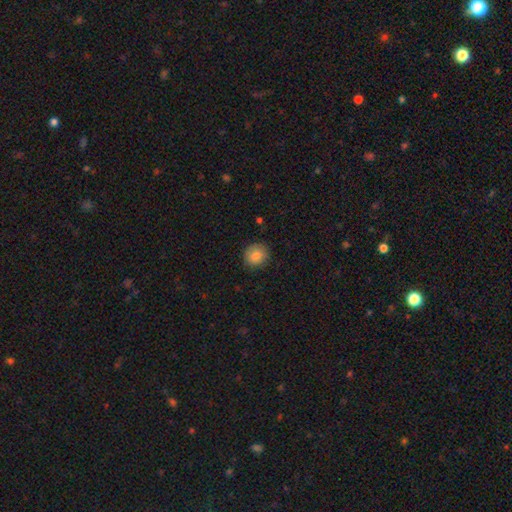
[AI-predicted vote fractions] Morphology: type=smooth (85%); roundness=round (83%); merging=none (86%).